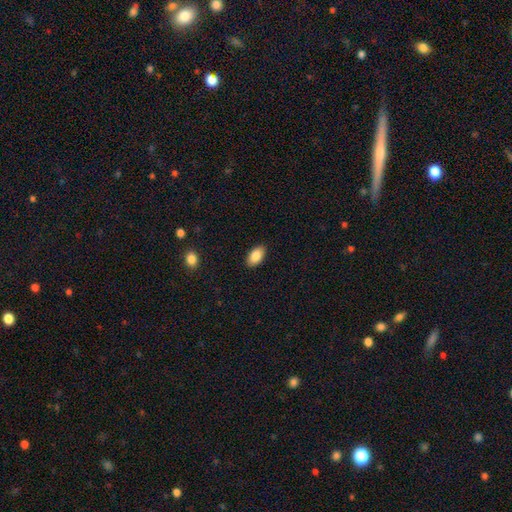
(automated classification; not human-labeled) Smooth or featured?
  - smooth: 87% *
  - star or artifact: 7%
  - featured or disk: 6%
How rounded?
  - in between: 94% *
  - round: 5%
  - cigar-shaped: 2%
Merging?
  - none: 89% *
  - minor disturbance: 8%
  - major disturbance: 2%
  - merger: 1%